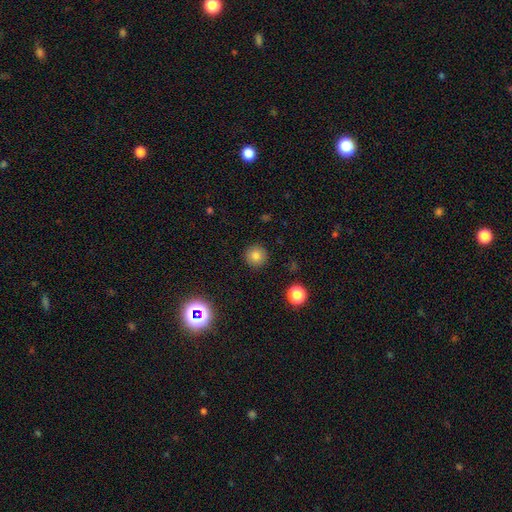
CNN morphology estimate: Overall: smooth (80%). How rounded: round (95%). Merging: none (91%).